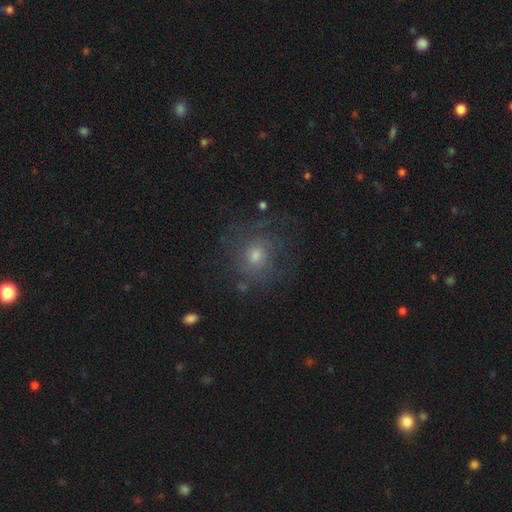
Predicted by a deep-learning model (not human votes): Smooth or featured? Predicted: featured or disk (p=0.52). Edge-on disk? Predicted: no (p=0.97). Bar? Predicted: no (p=0.73). Spiral arms? Predicted: yes (p=0.79). Bulge size? Predicted: moderate (p=0.52). Merging? Predicted: none (p=0.65).